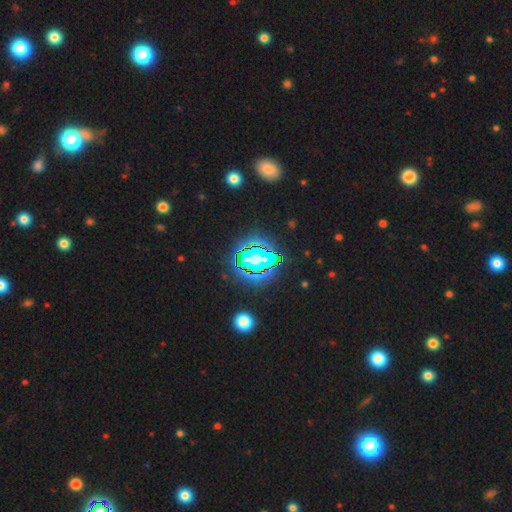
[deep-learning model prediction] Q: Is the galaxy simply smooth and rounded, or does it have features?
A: star or artifact — 64%.